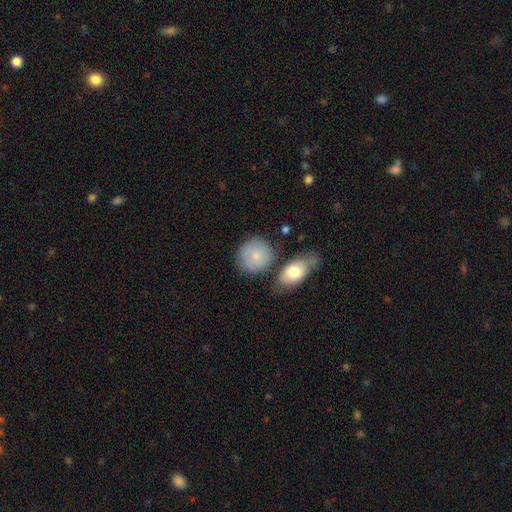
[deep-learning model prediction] Smooth or featured: smooth — 75% (featured or disk — 19%)
How rounded: round — 82% (in between — 17%)
Merging: none — 65% (minor disturbance — 18%)